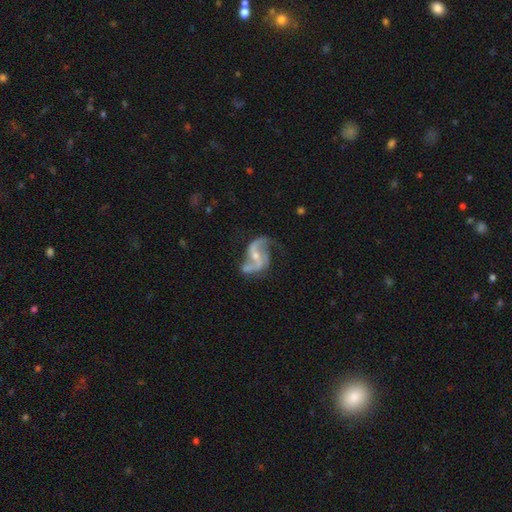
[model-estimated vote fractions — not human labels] Q: Smooth or featured?
A: featured or disk (90%); runner-up: star or artifact (5%)
Q: Edge-on disk?
A: no (98%); runner-up: yes (2%)
Q: Bar?
A: weak (40%); runner-up: no (34%)
Q: Spiral arms?
A: yes (96%); runner-up: no (4%)
Q: Spiral winding?
A: loose (65%); runner-up: medium (29%)
Q: Spiral arm count?
A: 2 (85%); runner-up: 3 (6%)
Q: Bulge size?
A: small (54%); runner-up: moderate (41%)
Q: Merging?
A: none (60%); runner-up: minor disturbance (22%)